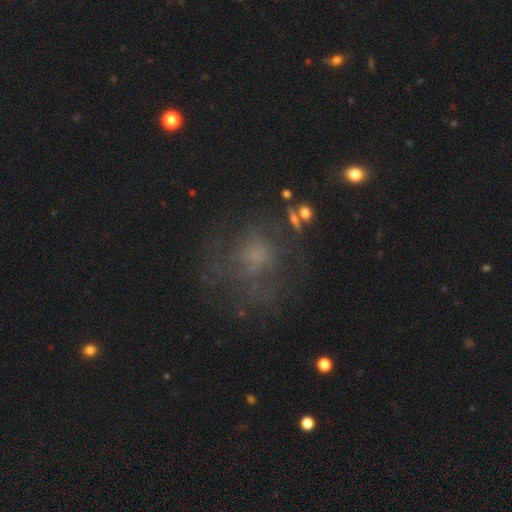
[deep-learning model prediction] Q: Smooth or featured?
A: featured or disk (38%); tied with: smooth (38%)
Q: Merging?
A: none (59%); runner-up: major disturbance (21%)